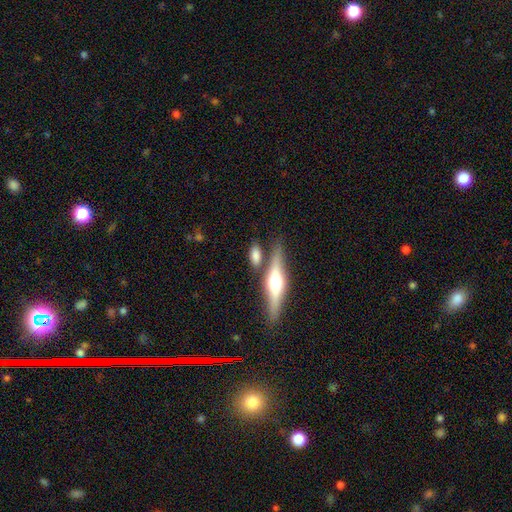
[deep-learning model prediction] Smooth or featured? smooth (61%)
How rounded? in between (59%)
Merging? none (67%)